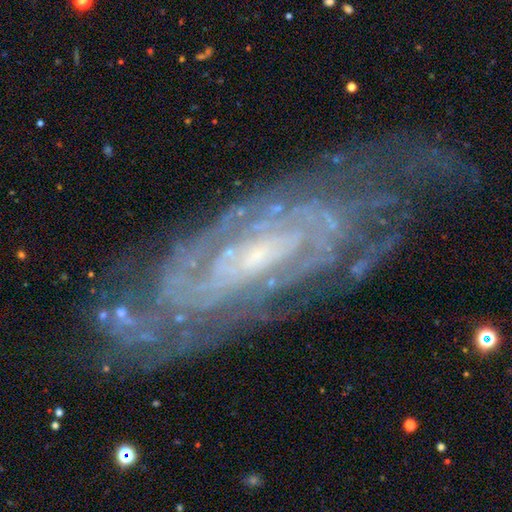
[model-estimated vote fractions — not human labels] The model was most divided on "bar": no: 41%, weak: 40%, strong: 19%. Remaining: spiral arms — yes (97%); edge-on disk — no (92%); smooth or featured — featured or disk (88%); spiral winding — tight (76%); bulge size — small (73%); merging — none (70%); spiral arm count — can't tell (36%).